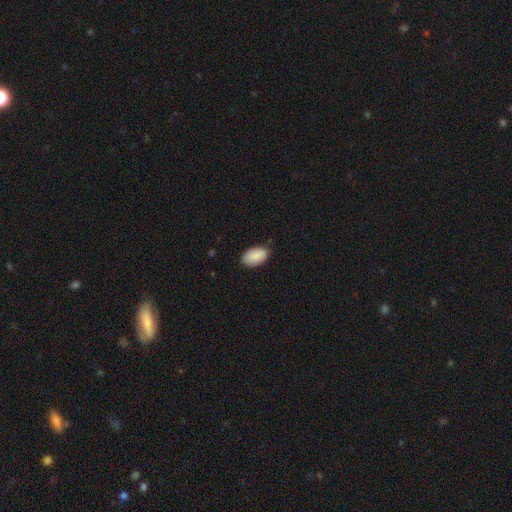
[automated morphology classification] Smooth or featured? Predicted: smooth (p=0.89). How rounded? Predicted: in between (p=0.95). Merging? Predicted: none (p=0.80).